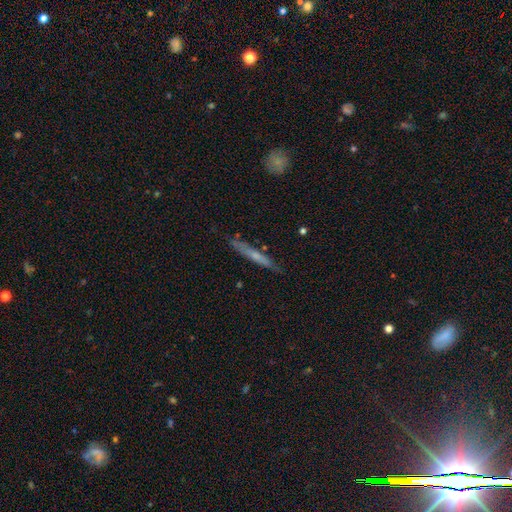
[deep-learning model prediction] This appears to be a smooth galaxy with no disk features (48%). Merging: none (83%).